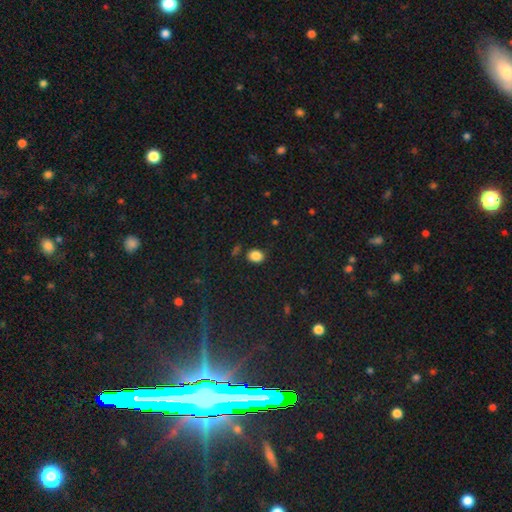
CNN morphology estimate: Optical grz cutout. It shows a smooth galaxy with no disk features (85%) that is in between round and cigar-shaped (53%). Merging: none (81%).